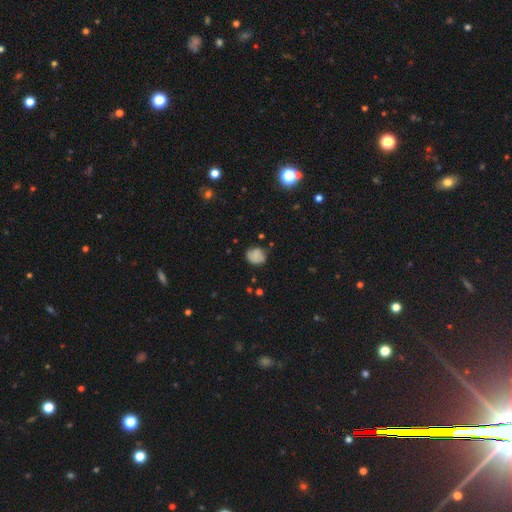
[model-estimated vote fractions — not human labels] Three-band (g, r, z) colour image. It shows a smooth galaxy with no disk features (76%) that is round (72%). Merging: none (64%).